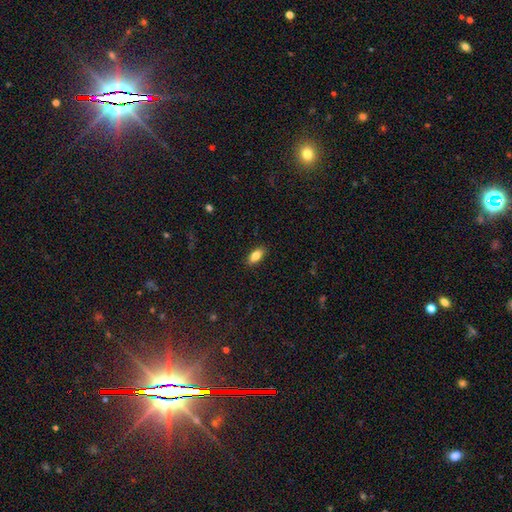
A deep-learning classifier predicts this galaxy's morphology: Overall: smooth (83%). How rounded: in between (87%). Merging: none (88%).